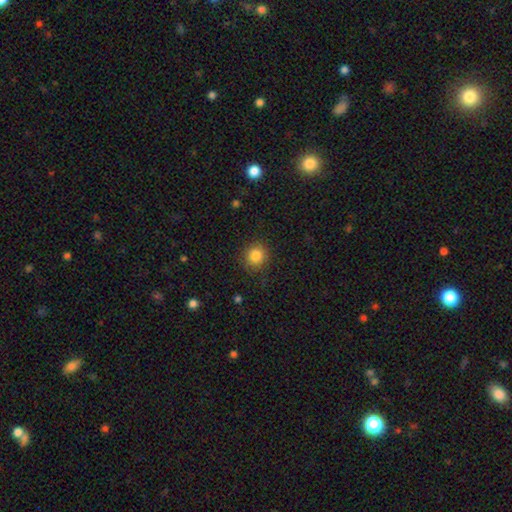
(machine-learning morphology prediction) Overall: smooth (84%). How rounded: round (88%). Merging: none (86%).